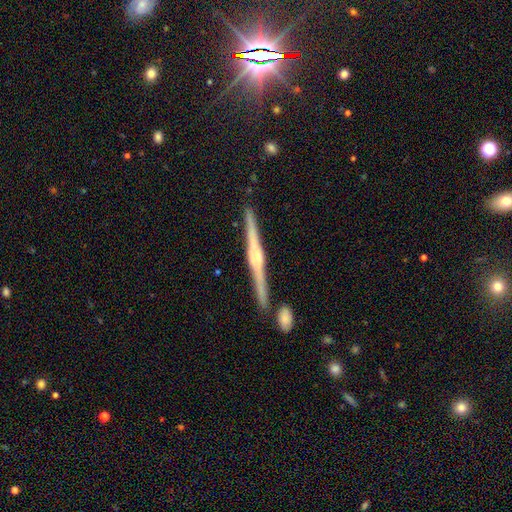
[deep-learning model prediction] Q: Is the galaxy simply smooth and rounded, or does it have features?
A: featured or disk — 80%.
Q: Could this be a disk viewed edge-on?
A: yes — 98%.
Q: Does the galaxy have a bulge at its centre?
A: rounded — 65%.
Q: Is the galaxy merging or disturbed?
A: none — 85%.